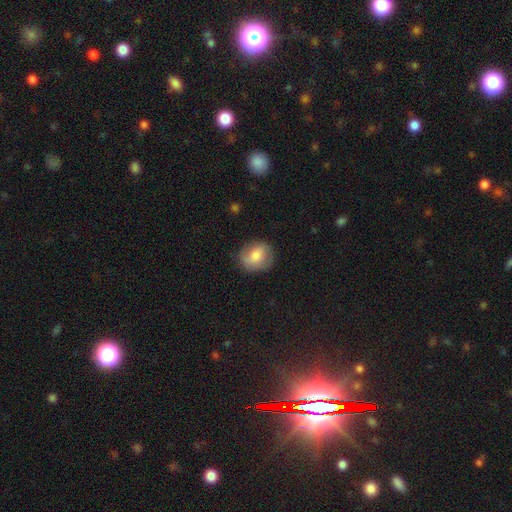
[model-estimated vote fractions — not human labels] Overall: smooth (73%). How rounded: round (61%; in between 38%). Merging: none (80%).